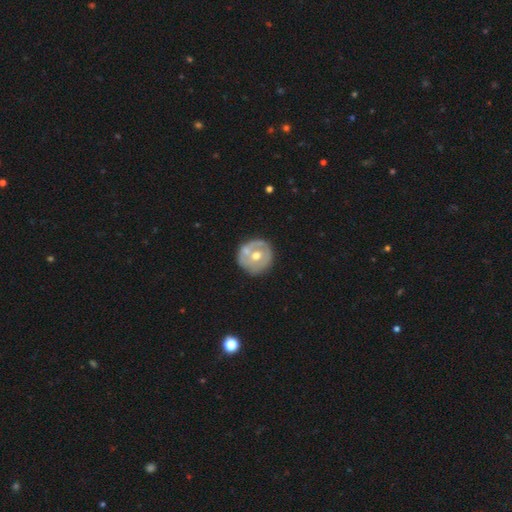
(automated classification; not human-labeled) Smooth or featured: featured or disk — 58% (smooth — 35%)
Edge-on disk: no — 96% (yes — 4%)
Bar: no — 68% (weak — 24%)
Spiral arms: no — 66% (yes — 34%)
Bulge size: moderate — 77% (small — 17%)
Merging: none — 70% (minor disturbance — 17%)